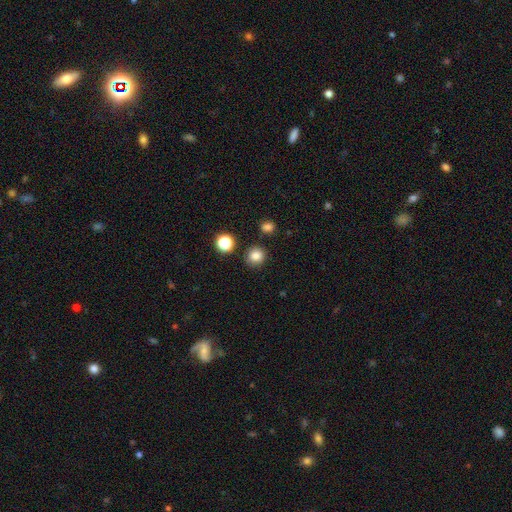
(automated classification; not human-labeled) Smooth or featured?
  - smooth: 82% *
  - star or artifact: 13%
  - featured or disk: 5%
How rounded?
  - round: 89% *
  - in between: 10%
  - cigar-shaped: 1%
Merging?
  - none: 86% *
  - minor disturbance: 8%
  - merger: 4%
  - major disturbance: 3%